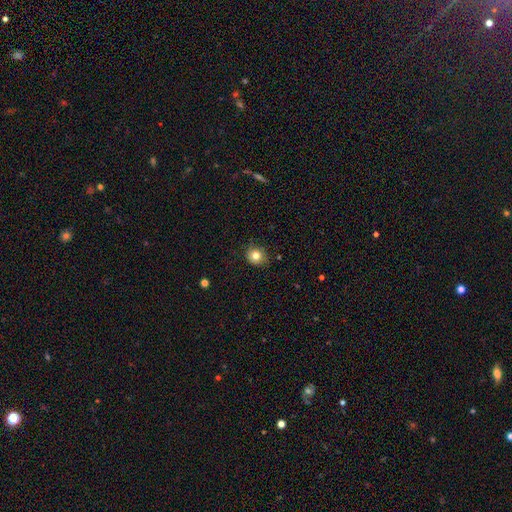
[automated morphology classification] A smooth galaxy with no disk features (79%) that is round (81%). Merging: none (77%).